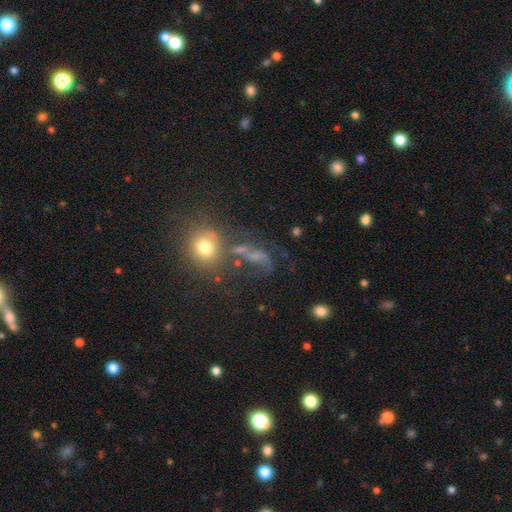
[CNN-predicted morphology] Q: Smooth or featured?
A: featured or disk (42%); runner-up: smooth (33%)
Q: Merging?
A: none (39%); runner-up: major disturbance (27%)